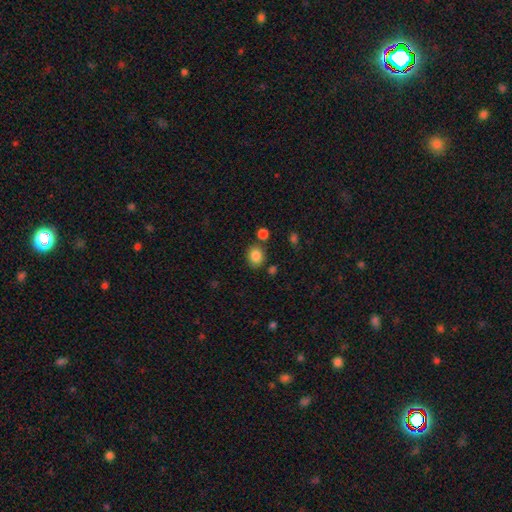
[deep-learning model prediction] This appears to be a smooth galaxy with no disk features (85%) that is round (55%). Merging: none (77%).